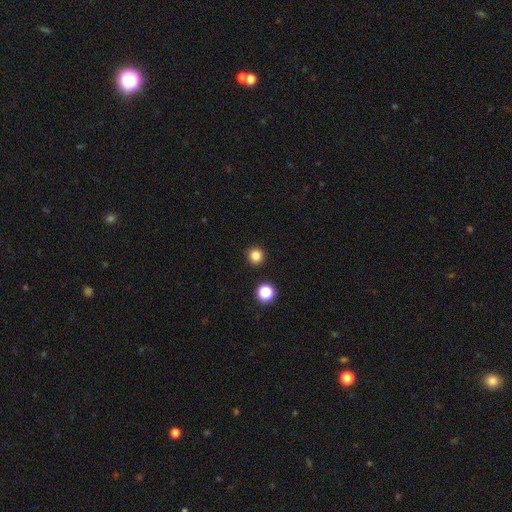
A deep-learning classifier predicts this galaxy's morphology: smooth_or_featured: smooth (p=0.82) [alt: star or artifact p=0.14]
how_rounded: round (p=0.96) [alt: in between p=0.03]
merging: none (p=0.92) [alt: minor disturbance p=0.04]